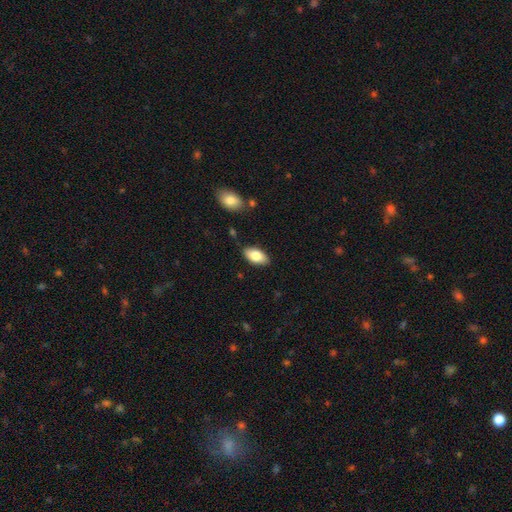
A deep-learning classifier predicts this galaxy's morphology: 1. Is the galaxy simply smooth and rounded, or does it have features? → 80% smooth, 13% featured or disk, 6% star or artifact.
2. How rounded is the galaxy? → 94% in between, 3% cigar-shaped, 3% round.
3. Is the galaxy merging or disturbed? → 84% none, 12% minor disturbance, 2% major disturbance, 2% merger.